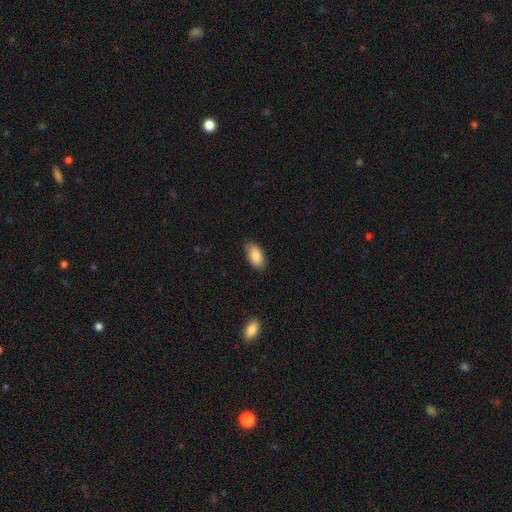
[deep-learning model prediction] smooth 86%, featured or disk 8%, star or artifact 6%. Down the decision tree: how rounded — in between (94%); merging — none (85%).